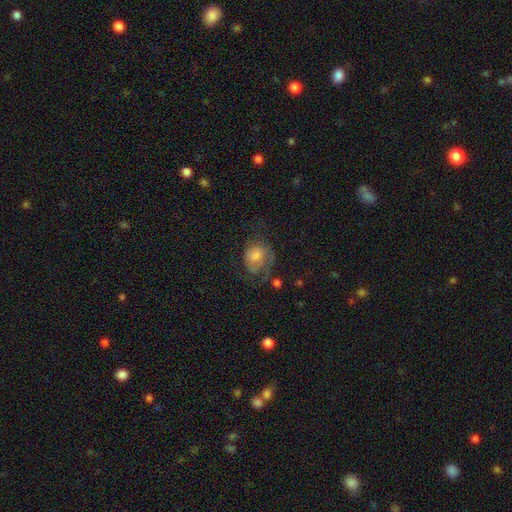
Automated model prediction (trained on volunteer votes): smooth 48%, featured or disk 41%, star or artifact 11%. Down the decision tree: merging — none (47%).